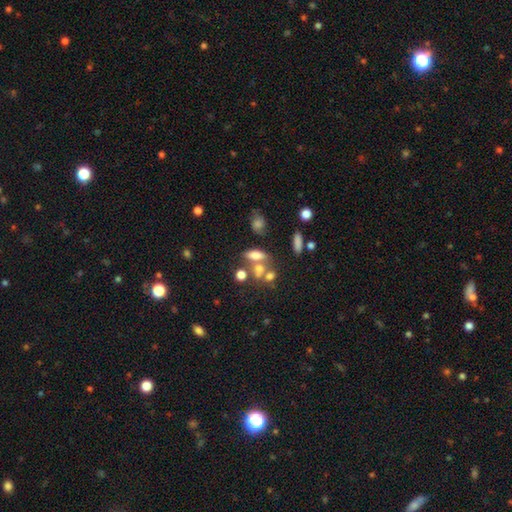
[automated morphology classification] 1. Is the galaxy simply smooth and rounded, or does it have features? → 63% smooth, 20% featured or disk, 17% star or artifact.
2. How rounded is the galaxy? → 67% in between, 22% round, 12% cigar-shaped.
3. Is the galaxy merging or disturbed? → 41% merger, 37% none, 13% minor disturbance, 9% major disturbance.